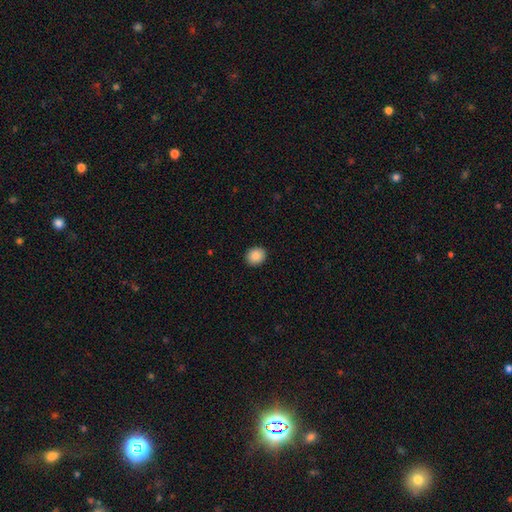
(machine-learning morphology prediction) type=smooth (88%); roundness=round (67%); merging=none (91%).